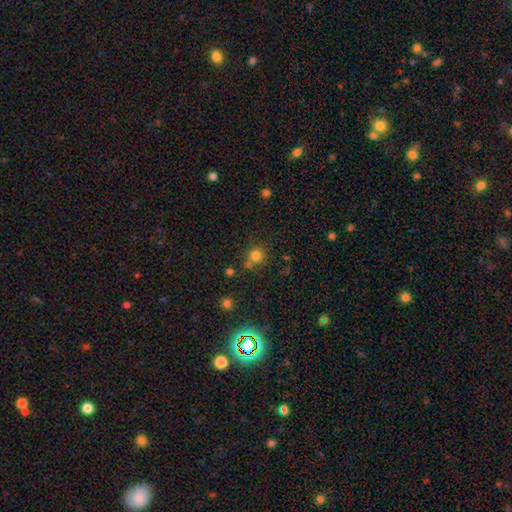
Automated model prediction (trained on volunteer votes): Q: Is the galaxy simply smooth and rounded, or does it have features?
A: smooth — 78%.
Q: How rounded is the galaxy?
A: round — 90%.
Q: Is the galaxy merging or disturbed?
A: none — 69%.